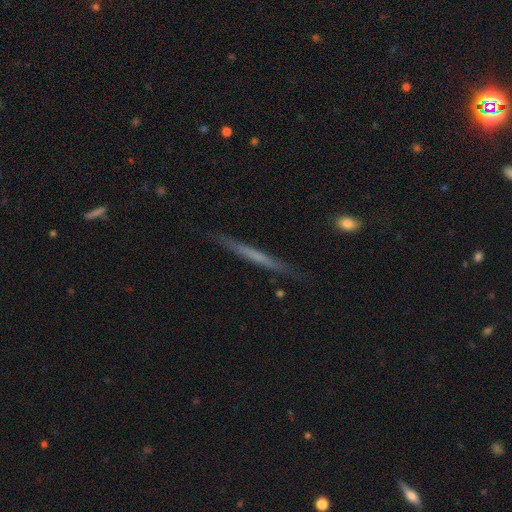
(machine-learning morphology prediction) Smooth or featured?
  - featured or disk: 50% *
  - smooth: 44%
  - star or artifact: 6%
Merging?
  - none: 86% *
  - minor disturbance: 11%
  - major disturbance: 2%
  - merger: 1%